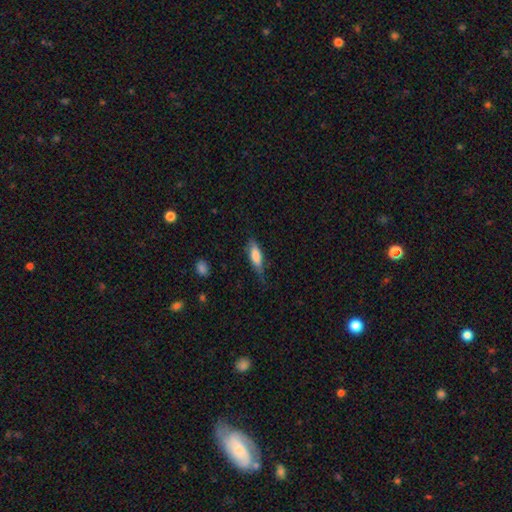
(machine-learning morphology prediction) type=smooth (74%); roundness=in between (56%); merging=none (57%).